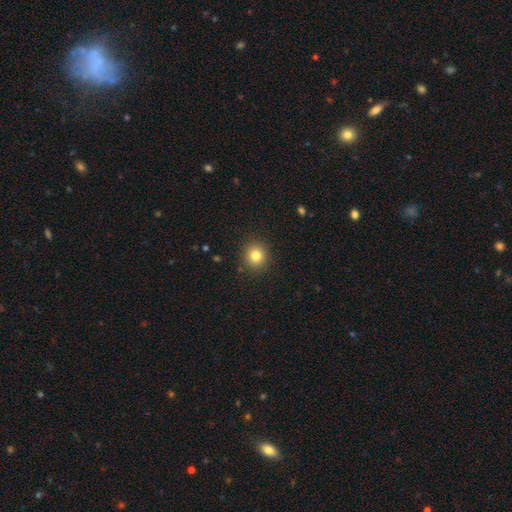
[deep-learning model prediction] This is clearly a smooth galaxy (81%). How rounded: clearly round (86%). Merging: clearly none (90%).